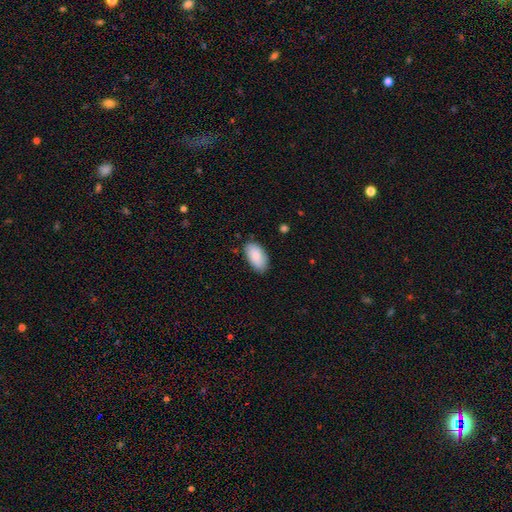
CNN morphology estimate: smooth-or-featured: smooth: 87% | featured or disk: 7% | star or artifact: 6%
  how-rounded: in between: 95% | round: 3% | cigar-shaped: 2%
  merging: none: 80% | minor disturbance: 16% | major disturbance: 3% | merger: 1%